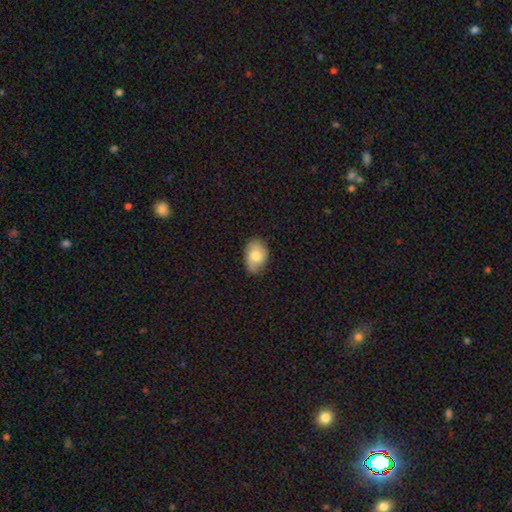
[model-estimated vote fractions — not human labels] This appears to be a smooth galaxy with no disk features (70%) that is in between round and cigar-shaped (80%). Merging: none (70%).